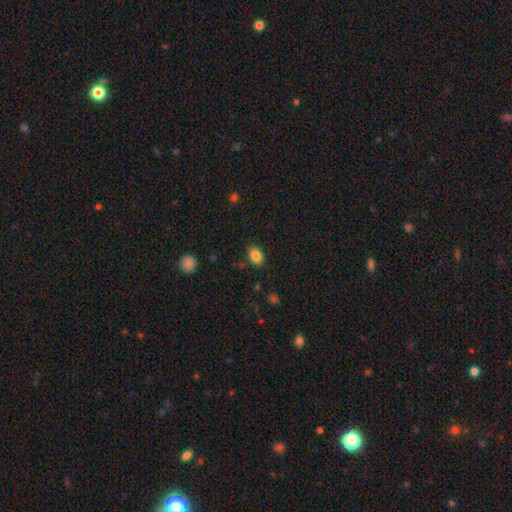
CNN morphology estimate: A smooth galaxy with no disk features (86%) that is in between round and cigar-shaped (83%). Merging: none (84%).